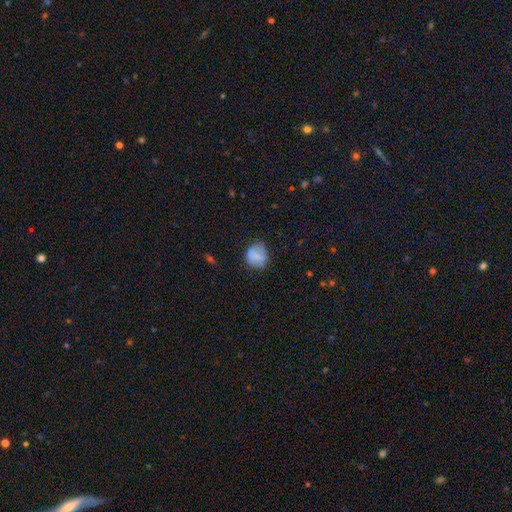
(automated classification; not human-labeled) Morphology: type=smooth (75%); roundness=round (75%); merging=none (69%).